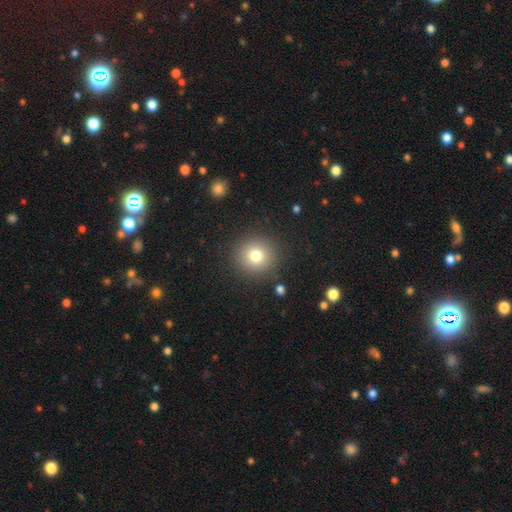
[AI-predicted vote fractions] Q: Smooth or featured?
A: smooth (77%); runner-up: star or artifact (13%)
Q: How rounded?
A: round (93%); runner-up: in between (6%)
Q: Merging?
A: none (89%); runner-up: minor disturbance (7%)